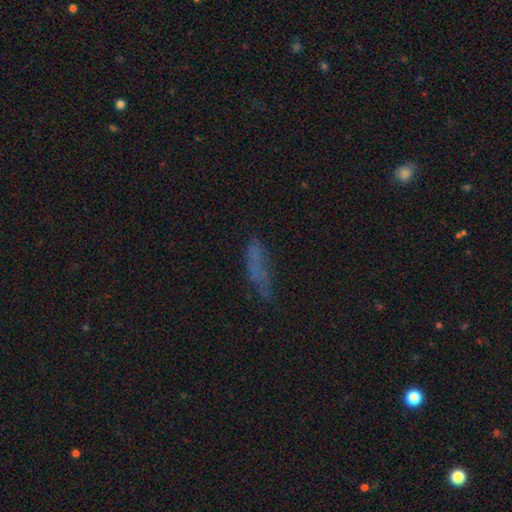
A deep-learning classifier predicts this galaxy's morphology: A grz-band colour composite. It shows a smooth galaxy with no disk features (55%) that is cigar-shaped (58%). Merging: none (51%).